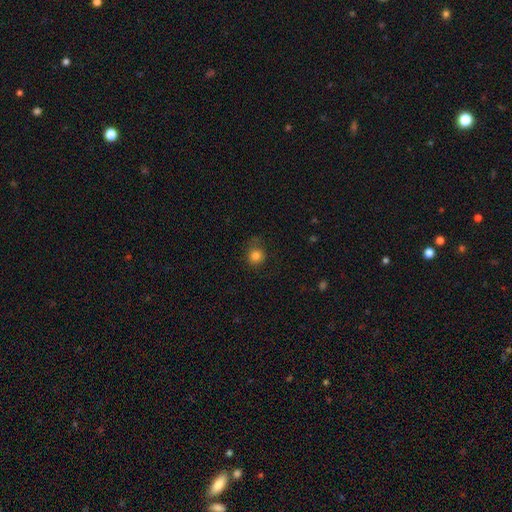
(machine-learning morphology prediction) Smooth or featured? smooth (82%)
How rounded? round (87%)
Merging? none (75%)